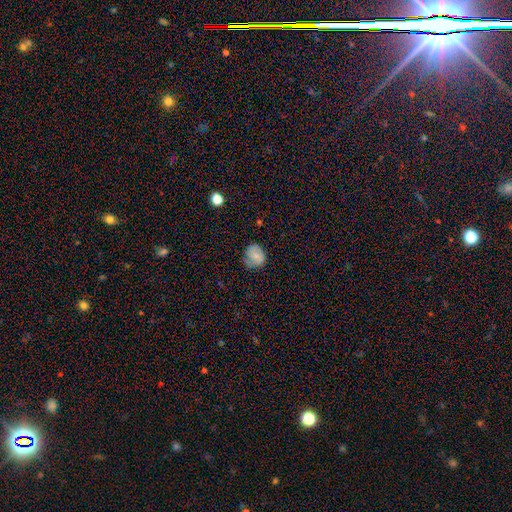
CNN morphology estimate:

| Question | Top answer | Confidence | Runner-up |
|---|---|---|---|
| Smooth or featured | smooth | 67% | featured or disk (24%) |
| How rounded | round | 71% | in between (28%) |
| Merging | none | 61% | minor disturbance (29%) |